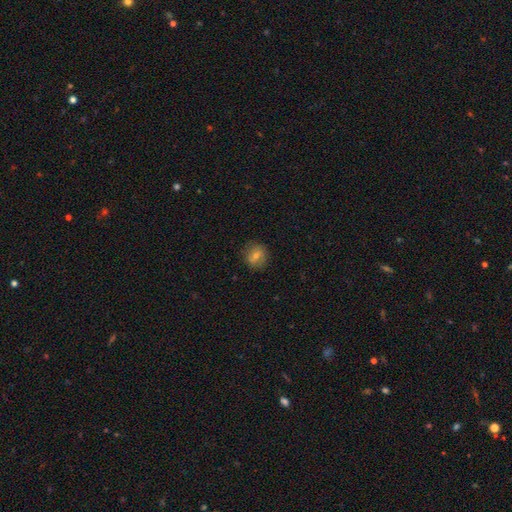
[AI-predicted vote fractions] This is likely a smooth galaxy (64%). How rounded: clearly round (80%). Merging: clearly none (86%).